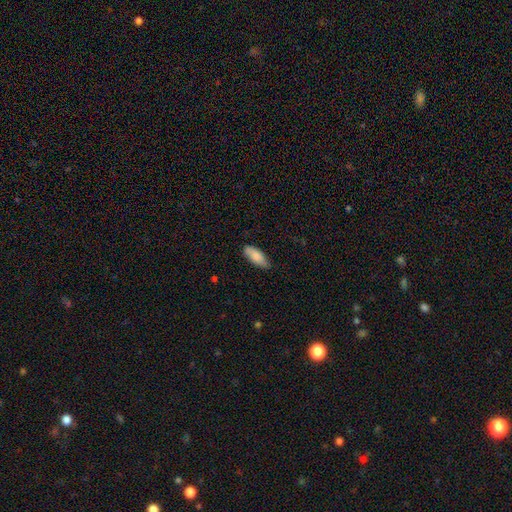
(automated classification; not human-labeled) A smooth galaxy with no disk features (84%) that is in between round and cigar-shaped (77%).

Vote fractions:
- Smooth or featured? smooth: 84% / featured or disk: 10% / star or artifact: 6%
- How rounded? in between: 77% / cigar-shaped: 21% / round: 2%
- Merging? none: 75% / minor disturbance: 21% / major disturbance: 3% / merger: 1%